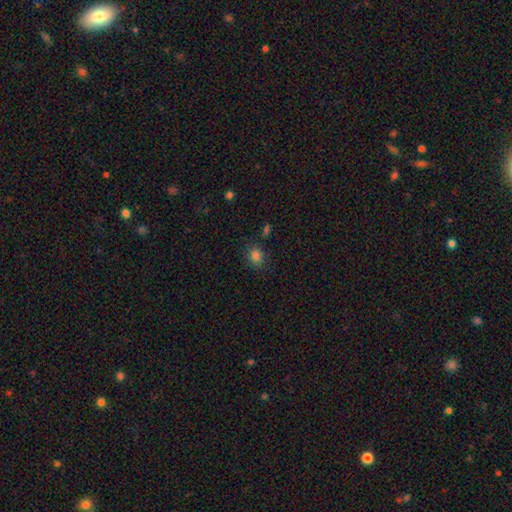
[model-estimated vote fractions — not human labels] Q: Smooth or featured?
A: smooth (81%); runner-up: star or artifact (15%)
Q: How rounded?
A: round (59%); runner-up: in between (40%)
Q: Merging?
A: none (79%); runner-up: minor disturbance (13%)